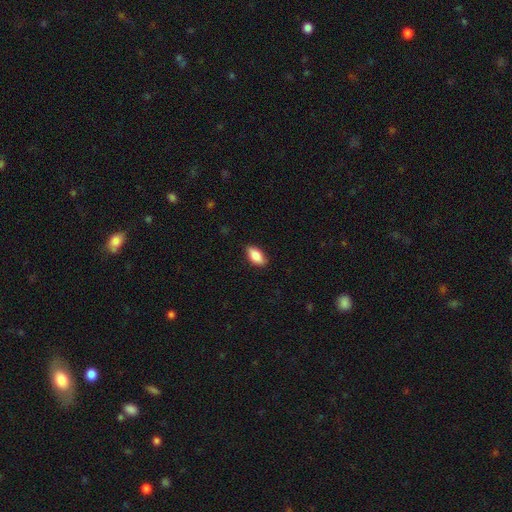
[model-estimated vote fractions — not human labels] smooth-or-featured: smooth: 85% | featured or disk: 8% | star or artifact: 7%
  how-rounded: in between: 90% | cigar-shaped: 7% | round: 3%
  merging: none: 84% | minor disturbance: 12% | major disturbance: 2% | merger: 1%